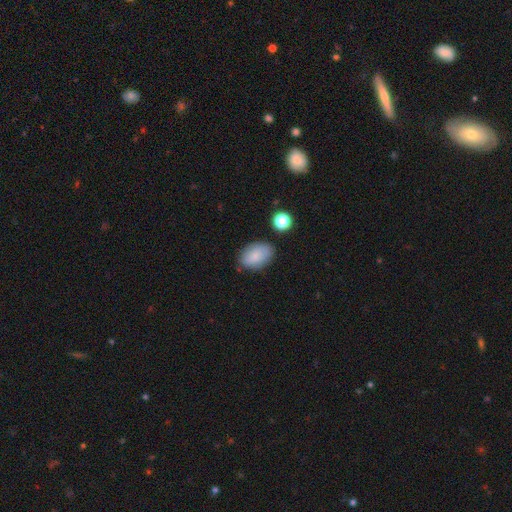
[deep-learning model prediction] smooth_or_featured: smooth (p=0.81) [alt: featured or disk p=0.12]
how_rounded: in between (p=0.88) [alt: round p=0.11]
merging: none (p=0.77) [alt: minor disturbance p=0.16]